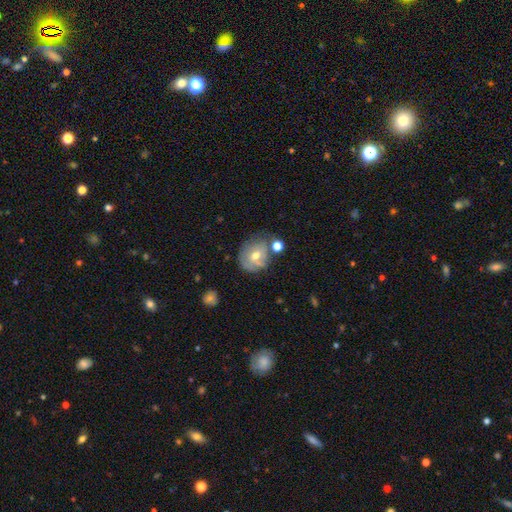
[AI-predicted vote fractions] Smooth or featured? Predicted: smooth (p=0.54). How rounded? Predicted: round (p=0.68). Merging? Predicted: none (p=0.49).